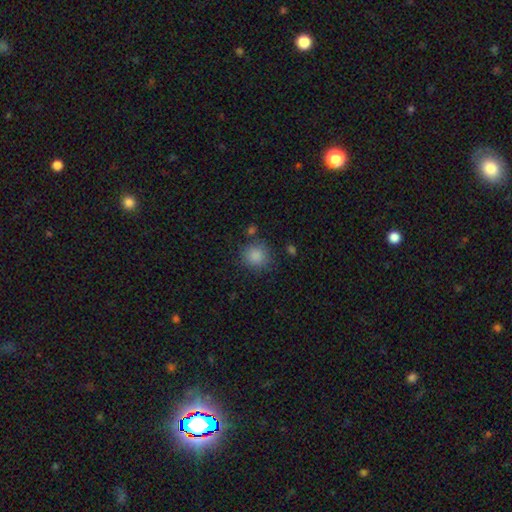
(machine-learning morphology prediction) smooth_or_featured: smooth (p=0.86) [alt: star or artifact p=0.09]
how_rounded: round (p=0.88) [alt: in between p=0.11]
merging: none (p=0.79) [alt: minor disturbance p=0.13]